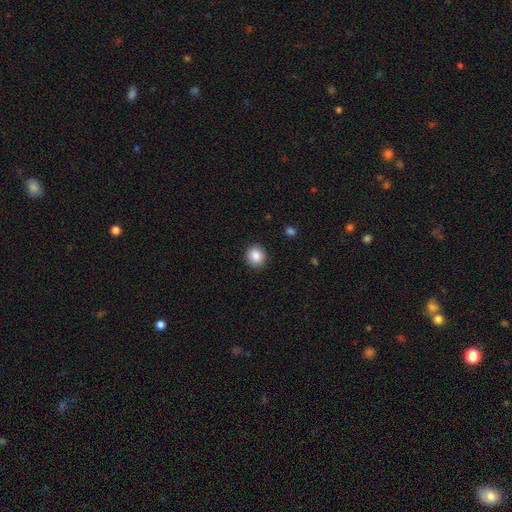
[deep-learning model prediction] Smooth or featured? smooth (87%)
How rounded? round (92%)
Merging? none (92%)